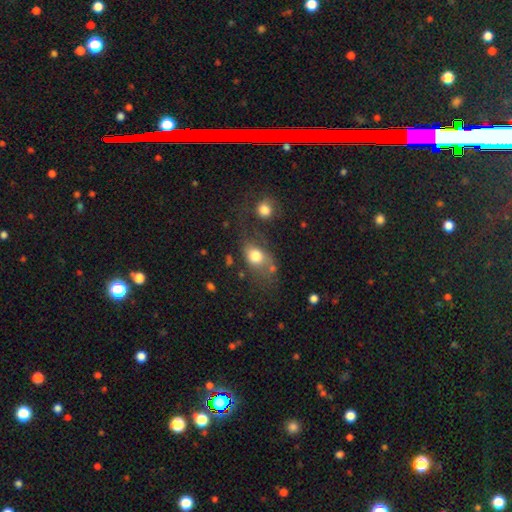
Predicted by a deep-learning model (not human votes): smooth-or-featured: smooth: 72% | featured or disk: 18% | star or artifact: 10%
  how-rounded: in between: 65% | round: 33% | cigar-shaped: 2%
  merging: none: 43% | minor disturbance: 24% | major disturbance: 21% | merger: 12%